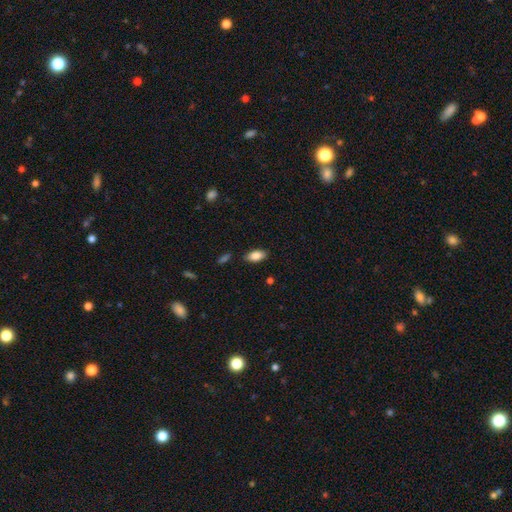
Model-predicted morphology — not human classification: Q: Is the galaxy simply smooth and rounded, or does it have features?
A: smooth — 86%.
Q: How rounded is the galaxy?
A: in between — 90%.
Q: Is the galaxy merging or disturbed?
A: none — 84%.